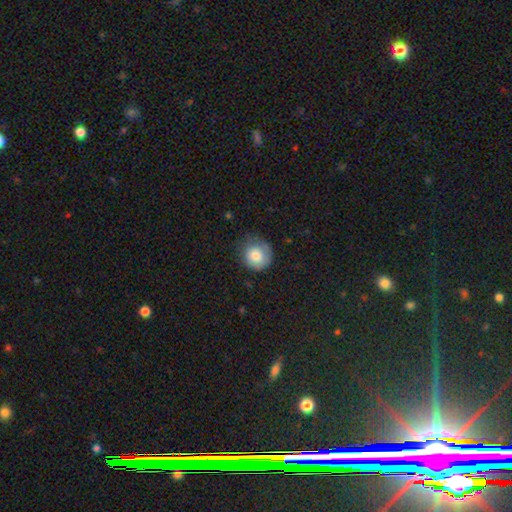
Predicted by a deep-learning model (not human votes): Q: Smooth or featured?
A: smooth (79%); runner-up: featured or disk (13%)
Q: How rounded?
A: round (91%); runner-up: in between (9%)
Q: Merging?
A: none (62%); runner-up: minor disturbance (27%)